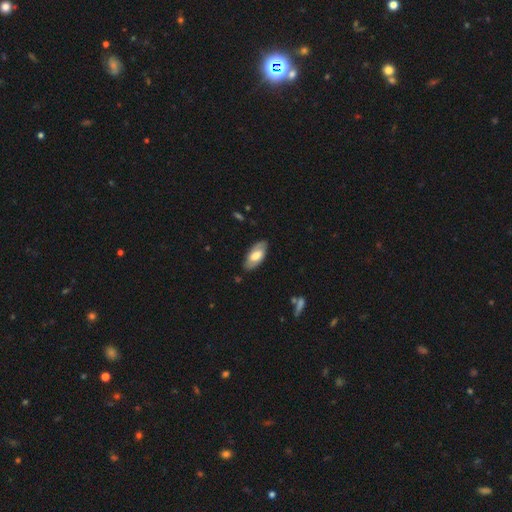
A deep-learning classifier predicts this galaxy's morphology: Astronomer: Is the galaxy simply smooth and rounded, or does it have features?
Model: smooth — 59% (runner-up: featured or disk, 36%).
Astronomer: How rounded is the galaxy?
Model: in between — 91%.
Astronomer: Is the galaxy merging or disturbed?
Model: none — 83%.